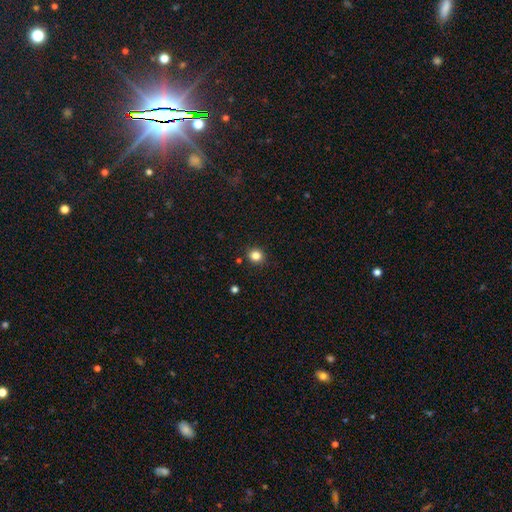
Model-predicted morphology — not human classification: This appears to be a smooth galaxy with no disk features (83%) that is round (86%). Merging: none (90%).